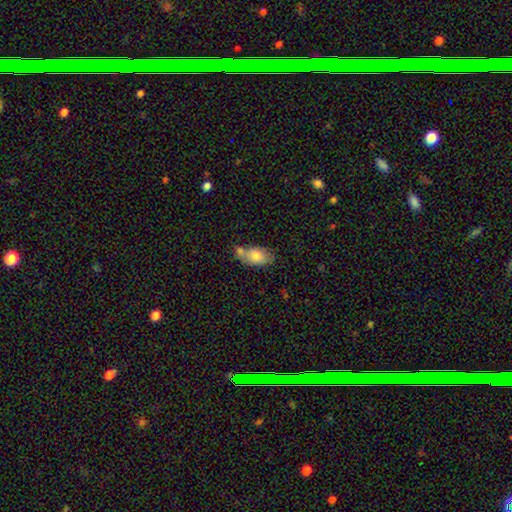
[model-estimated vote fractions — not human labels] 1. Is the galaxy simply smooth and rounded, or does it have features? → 76% smooth, 16% featured or disk, 7% star or artifact.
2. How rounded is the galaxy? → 89% in between, 8% round, 3% cigar-shaped.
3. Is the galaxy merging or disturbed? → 42% none, 30% merger, 22% minor disturbance, 7% major disturbance.